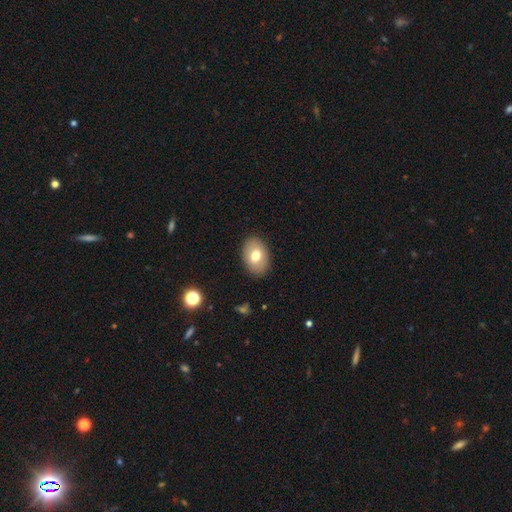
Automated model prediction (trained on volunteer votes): A smooth galaxy with no disk features (73%) that is in between round and cigar-shaped (82%). Merging: none (88%).